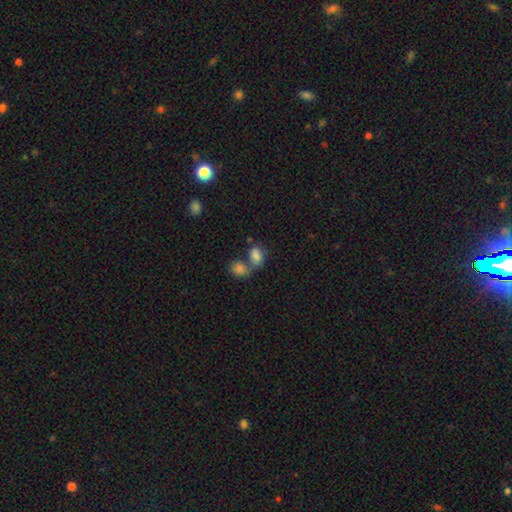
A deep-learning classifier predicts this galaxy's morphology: Smooth or featured: smooth — 80% (star or artifact — 10%)
How rounded: in between — 81% (round — 18%)
Merging: merger — 51% (none — 32%)